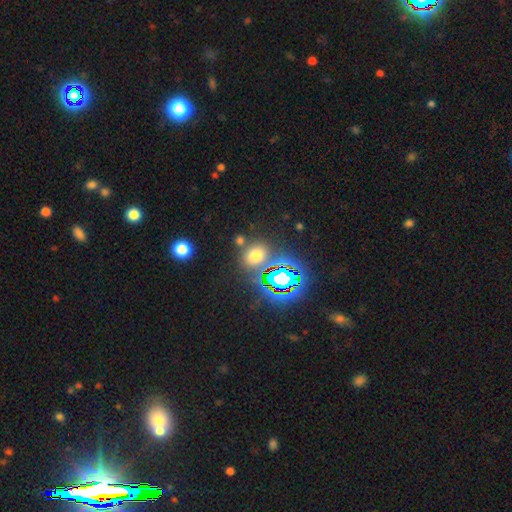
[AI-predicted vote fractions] Smooth or featured? Predicted: smooth (p=0.57). How rounded? Predicted: round (p=0.61). Merging? Predicted: none (p=0.73).